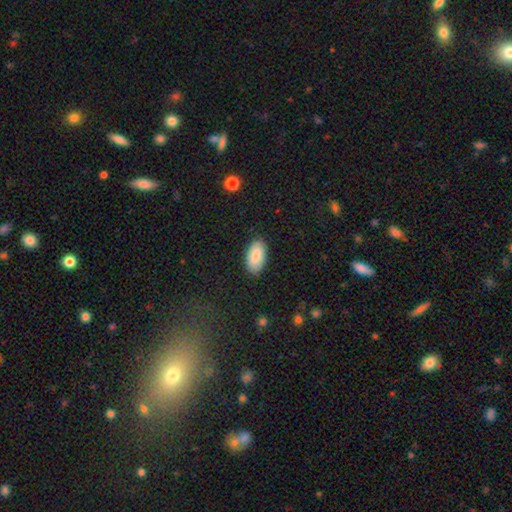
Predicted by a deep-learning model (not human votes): Morphology: type=smooth (85%); roundness=in between (95%); merging=none (86%).